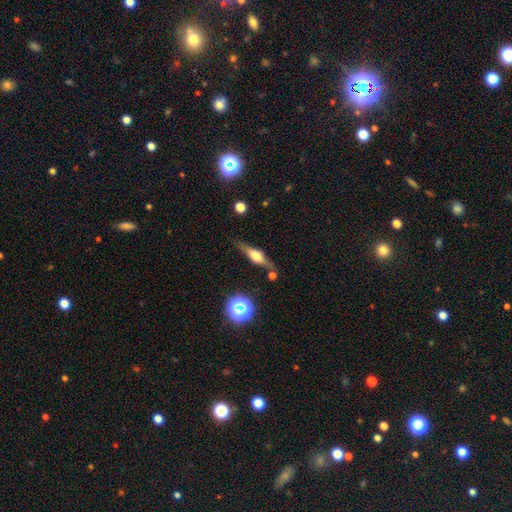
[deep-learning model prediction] This is likely a featured or disk galaxy (66%). It is clearly viewed edge-on (94%). Edge-on bulge: clearly rounded (89%). Merging: likely none (78%).